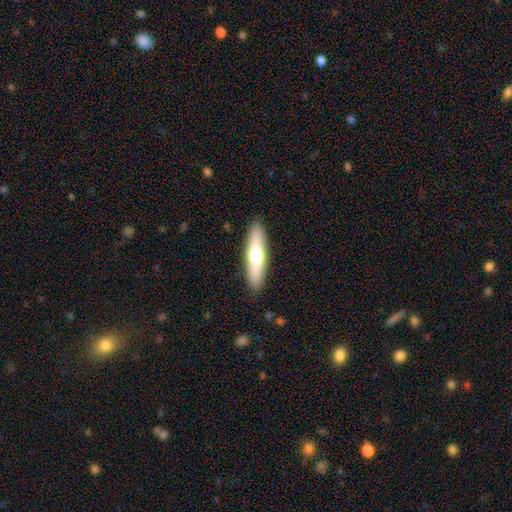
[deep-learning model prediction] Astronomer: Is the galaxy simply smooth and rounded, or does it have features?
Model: smooth — 58% (runner-up: featured or disk, 36%).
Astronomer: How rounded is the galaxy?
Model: cigar-shaped — 73%.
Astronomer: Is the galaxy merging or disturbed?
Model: none — 89%.